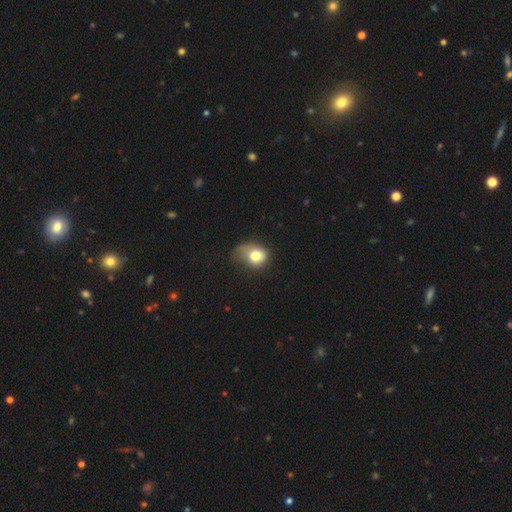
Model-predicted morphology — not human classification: This is likely a smooth galaxy (76%). How rounded: possibly round (56%). Merging: marginally minor disturbance (39%).